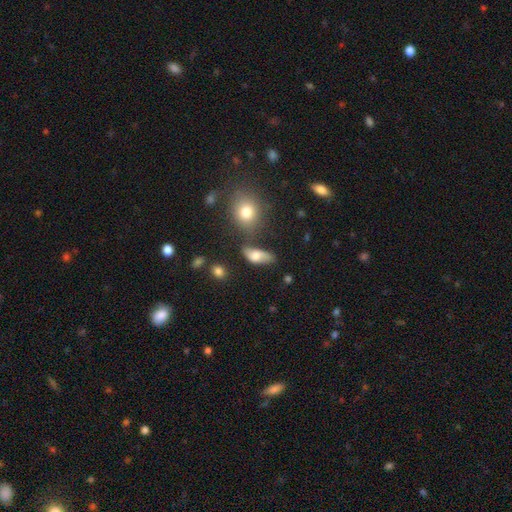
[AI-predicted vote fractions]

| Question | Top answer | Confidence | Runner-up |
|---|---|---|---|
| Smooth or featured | smooth | 66% | featured or disk (25%) |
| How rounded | in between | 83% | cigar-shaped (9%) |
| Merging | none | 45% | minor disturbance (27%) |